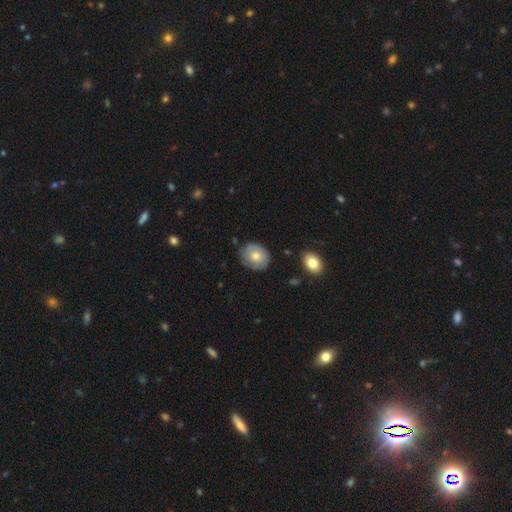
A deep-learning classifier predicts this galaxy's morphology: type=smooth (57%); roundness=round (63%); merging=none (77%).